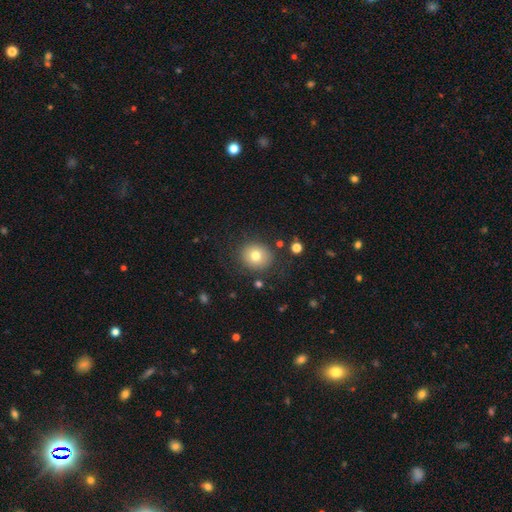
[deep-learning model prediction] This appears to be a smooth galaxy with no disk features (76%) that is round (79%). Merging: none (84%).